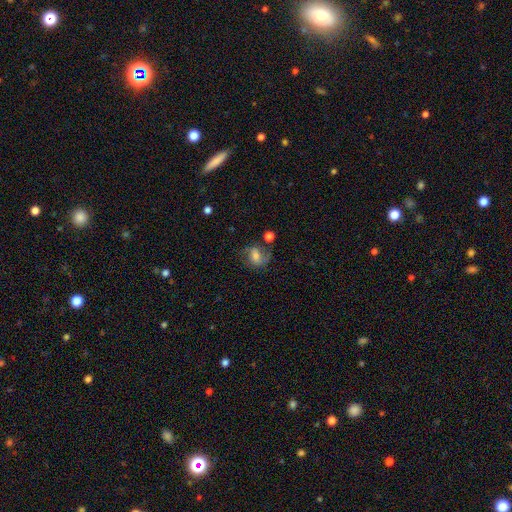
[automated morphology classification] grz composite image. It shows a featured or disk galaxy (47%). Merging: none (50%).